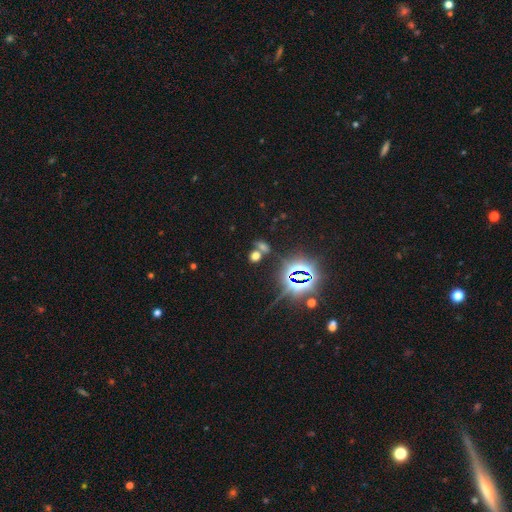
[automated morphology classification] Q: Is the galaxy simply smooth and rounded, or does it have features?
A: star or artifact — 46%.